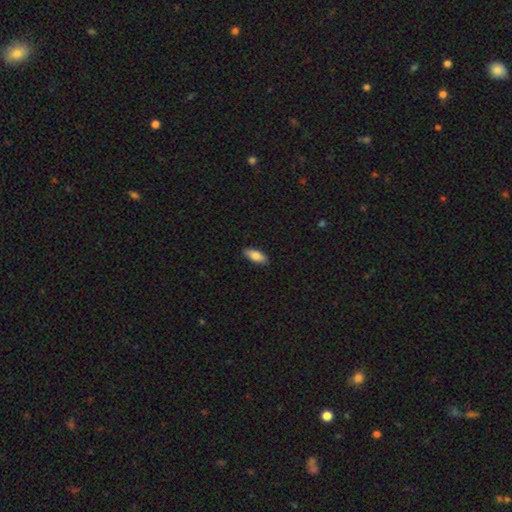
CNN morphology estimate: smooth 83%, featured or disk 11%, star or artifact 6%. Down the decision tree: how rounded — in between (78%); merging — none (87%).